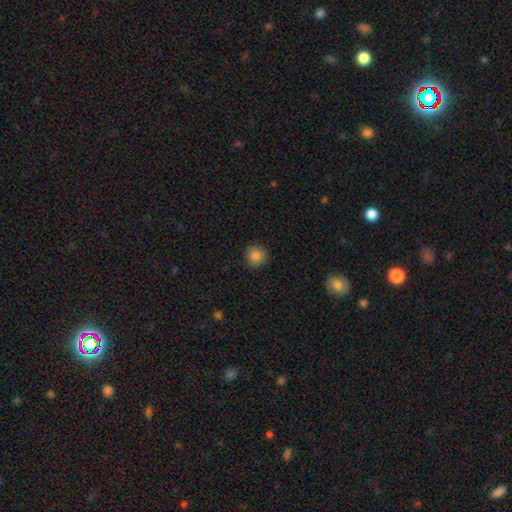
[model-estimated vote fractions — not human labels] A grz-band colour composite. It shows a smooth galaxy with no disk features (86%) that is round (92%). Merging: none (88%).